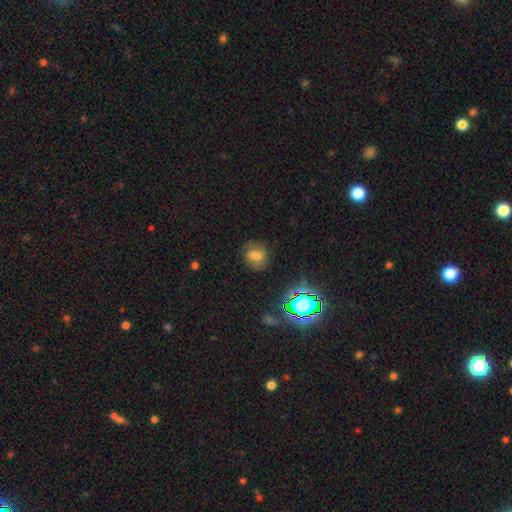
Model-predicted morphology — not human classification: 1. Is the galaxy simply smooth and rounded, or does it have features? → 60% smooth, 22% featured or disk, 18% star or artifact.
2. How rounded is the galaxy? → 66% round, 33% in between, 1% cigar-shaped.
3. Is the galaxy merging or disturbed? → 75% none, 17% minor disturbance, 6% major disturbance, 2% merger.